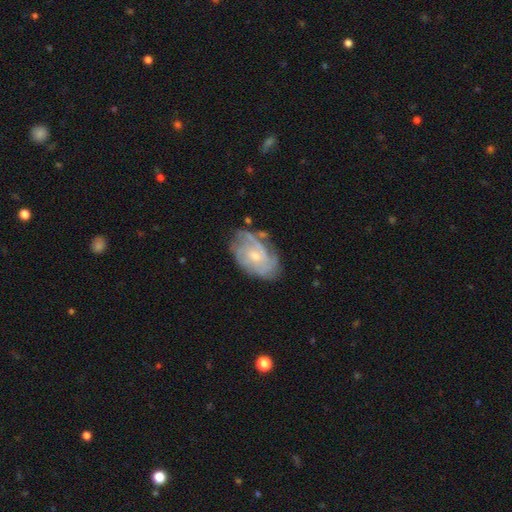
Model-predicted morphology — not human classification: Q: Smooth or featured?
A: featured or disk (79%); runner-up: smooth (15%)
Q: Edge-on disk?
A: no (97%); runner-up: yes (3%)
Q: Bar?
A: no (70%); runner-up: weak (26%)
Q: Spiral arms?
A: yes (91%); runner-up: no (9%)
Q: Spiral winding?
A: tight (62%); runner-up: medium (29%)
Q: Spiral arm count?
A: can't tell (45%); runner-up: 3 (17%)
Q: Bulge size?
A: small (55%); runner-up: moderate (41%)
Q: Merging?
A: none (68%); runner-up: minor disturbance (22%)